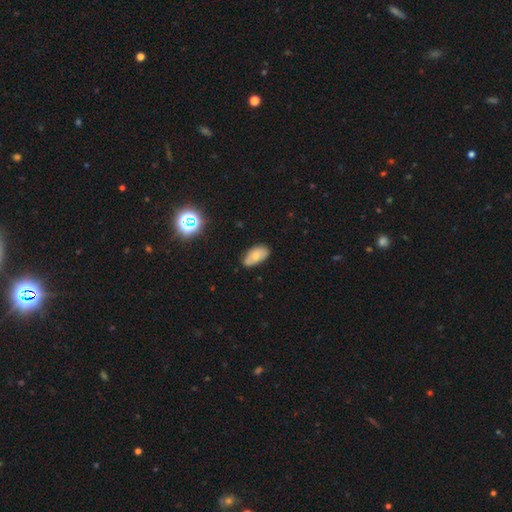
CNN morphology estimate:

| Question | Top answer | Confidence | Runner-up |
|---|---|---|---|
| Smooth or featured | smooth | 70% | featured or disk (21%) |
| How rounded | in between | 94% | round (3%) |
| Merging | none | 72% | minor disturbance (22%) |